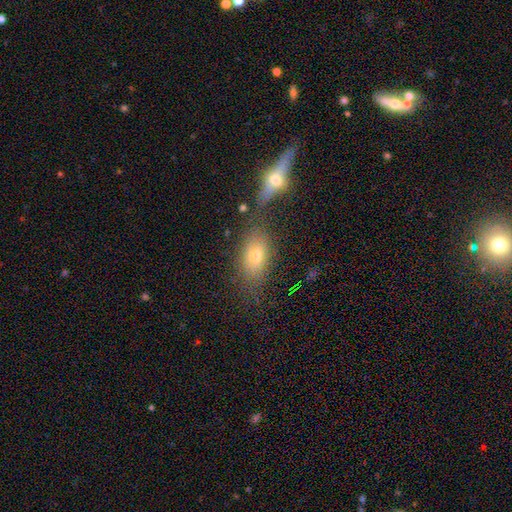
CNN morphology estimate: The model was most divided on "smooth or featured": smooth: 63%, featured or disk: 24%, star or artifact: 13%. More confident: how rounded — in between (83%); merging — none (65%).